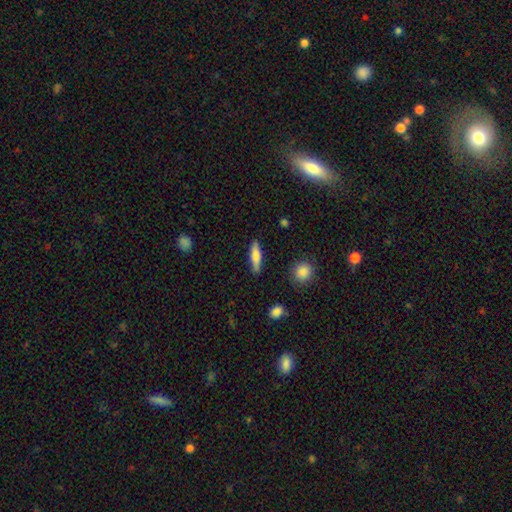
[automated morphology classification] Q: Smooth or featured?
A: smooth (73%); runner-up: featured or disk (21%)
Q: How rounded?
A: cigar-shaped (67%); runner-up: in between (31%)
Q: Merging?
A: none (85%); runner-up: minor disturbance (10%)